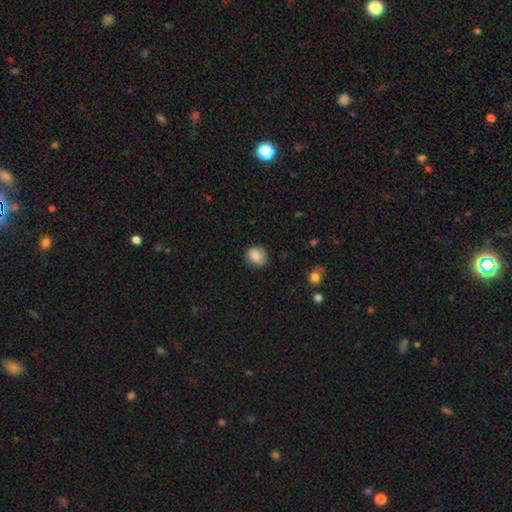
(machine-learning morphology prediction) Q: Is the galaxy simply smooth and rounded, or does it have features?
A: smooth — 86%.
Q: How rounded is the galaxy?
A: round — 63%.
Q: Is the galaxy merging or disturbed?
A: none — 76%.